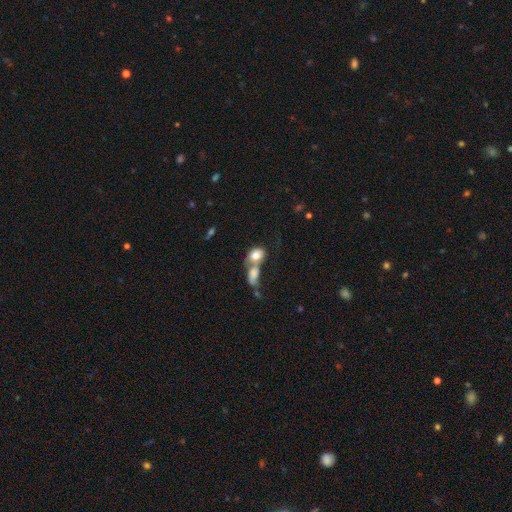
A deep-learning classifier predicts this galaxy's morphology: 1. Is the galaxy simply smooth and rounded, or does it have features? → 76% smooth, 16% featured or disk, 8% star or artifact.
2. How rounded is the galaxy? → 67% in between, 30% round, 3% cigar-shaped.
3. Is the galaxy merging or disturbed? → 70% merger, 16% none, 7% minor disturbance, 6% major disturbance.